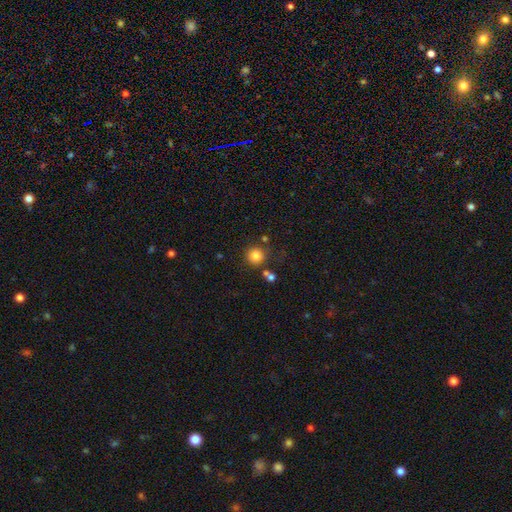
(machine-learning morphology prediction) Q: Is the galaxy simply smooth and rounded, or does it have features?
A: smooth — 83%.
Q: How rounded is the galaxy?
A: round — 93%.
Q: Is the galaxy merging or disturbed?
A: none — 79%.